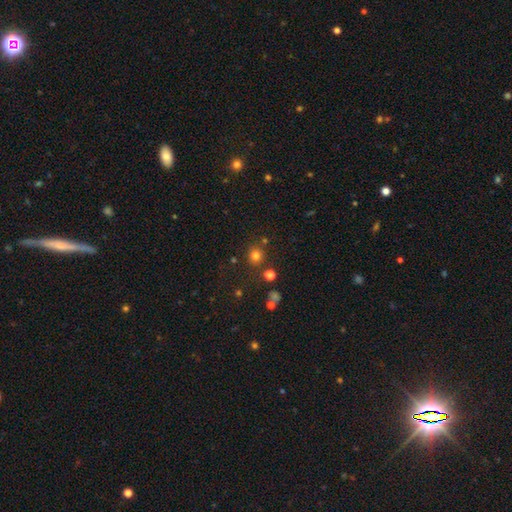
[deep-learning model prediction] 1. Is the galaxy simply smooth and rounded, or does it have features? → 76% smooth, 17% star or artifact, 6% featured or disk.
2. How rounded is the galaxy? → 89% round, 10% in between, 1% cigar-shaped.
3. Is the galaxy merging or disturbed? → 81% none, 9% minor disturbance, 7% merger, 3% major disturbance.